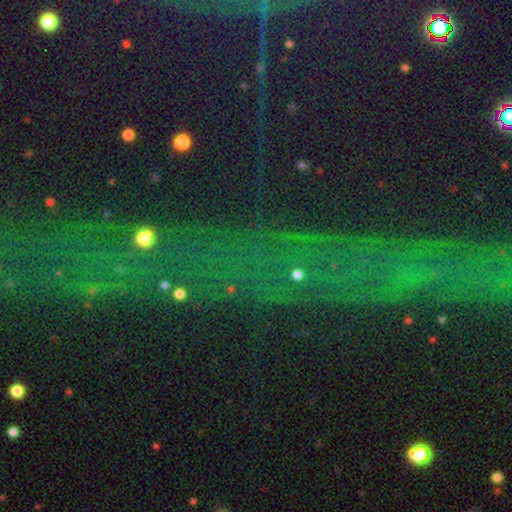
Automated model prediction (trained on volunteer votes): Smooth or featured? Predicted: star or artifact (p=0.79).